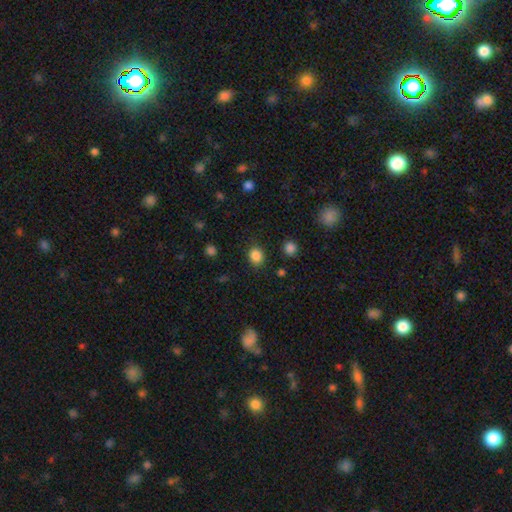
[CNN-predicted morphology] This appears to be a smooth galaxy with no disk features (86%) that is round (64%). Merging: none (85%).